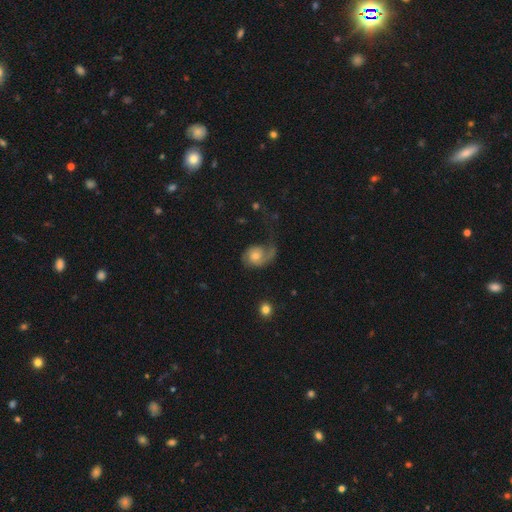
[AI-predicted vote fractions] A featured or disk galaxy (60%) with no bar (77%), 1 (68%) loose (49%) spiral arms (87%) and a moderate central bulge (55%). Merging: major disturbance (44%).